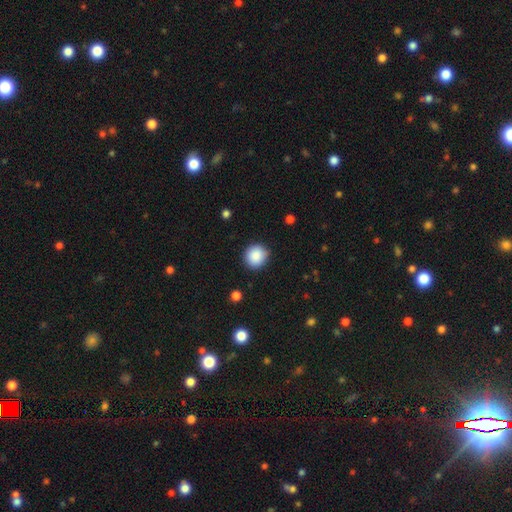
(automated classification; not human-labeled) Smooth or featured? Predicted: smooth (p=0.88). How rounded? Predicted: round (p=0.89). Merging? Predicted: none (p=0.88).